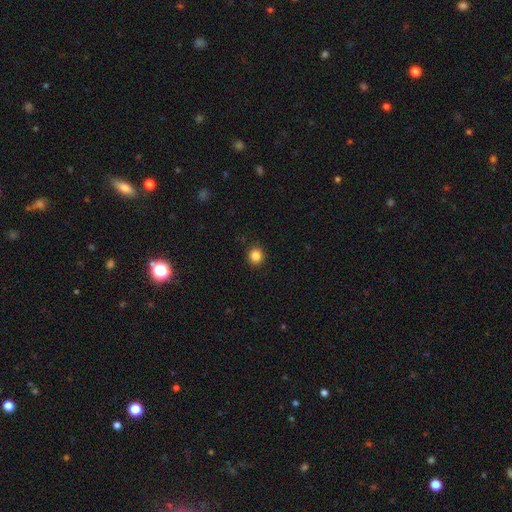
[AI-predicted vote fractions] This is clearly a smooth galaxy (85%). How rounded: clearly round (90%). Merging: clearly none (92%).